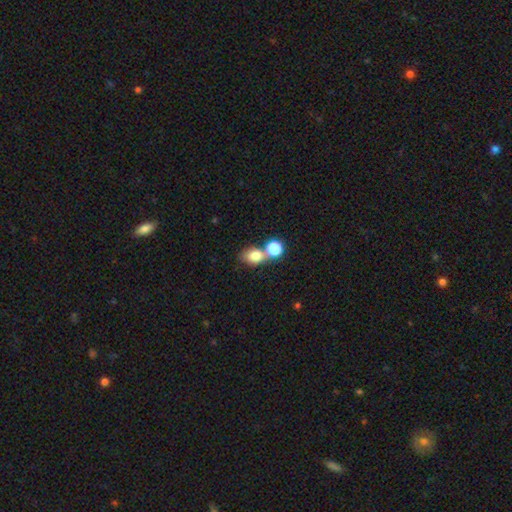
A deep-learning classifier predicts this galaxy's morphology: Smooth or featured?
  - smooth: 79% *
  - star or artifact: 11%
  - featured or disk: 11%
How rounded?
  - in between: 56% *
  - round: 42%
  - cigar-shaped: 2%
Merging?
  - merger: 52% *
  - none: 35%
  - minor disturbance: 9%
  - major disturbance: 4%